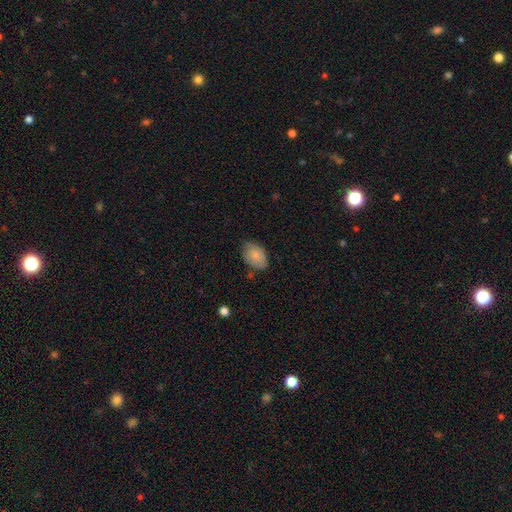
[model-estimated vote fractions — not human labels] Smooth or featured: smooth — 74% (featured or disk — 19%)
How rounded: in between — 84% (round — 15%)
Merging: none — 72% (minor disturbance — 22%)